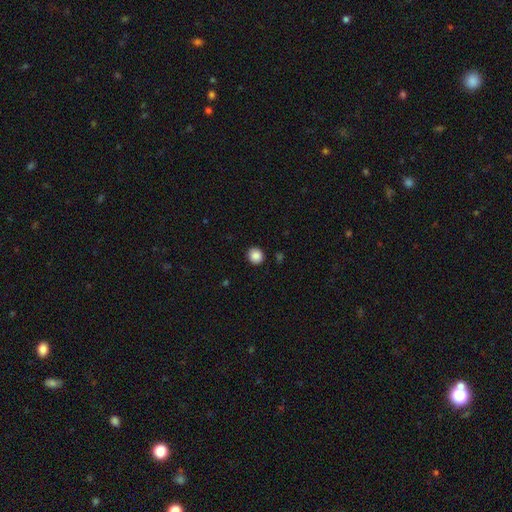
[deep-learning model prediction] Smooth or featured? Predicted: smooth (p=0.88). How rounded? Predicted: round (p=0.87). Merging? Predicted: none (p=0.90).